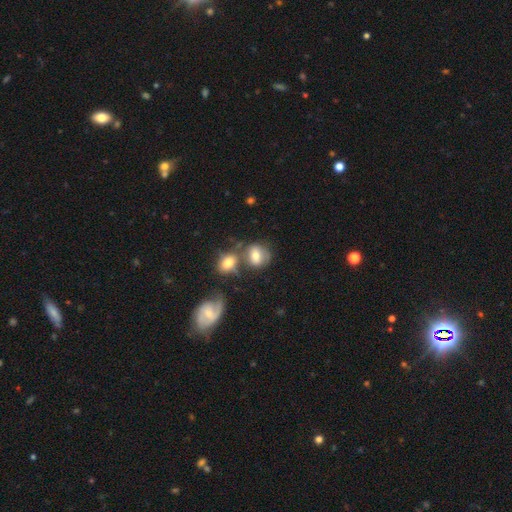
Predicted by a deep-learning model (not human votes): A smooth galaxy with no disk features (61%) that is round (55%).

Vote fractions:
- Smooth or featured? smooth: 61% / featured or disk: 28% / star or artifact: 10%
- How rounded? round: 55% / in between: 43% / cigar-shaped: 1%
- Merging? none: 45% / merger: 32% / minor disturbance: 15% / major disturbance: 8%